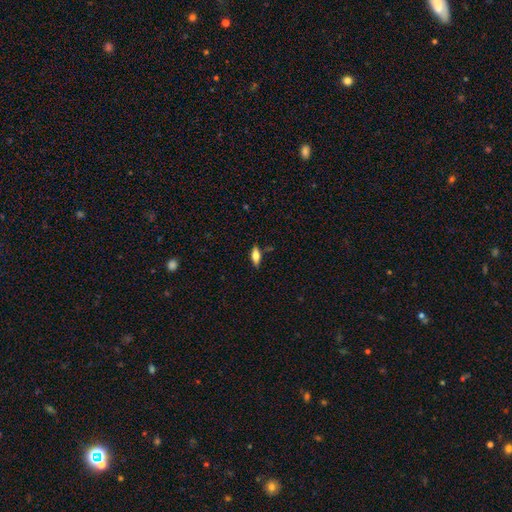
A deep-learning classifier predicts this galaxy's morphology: The model was most divided on "smooth or featured": smooth: 61%, featured or disk: 31%, star or artifact: 8%. More confident: merging — none (83%); how rounded — in between (69%).